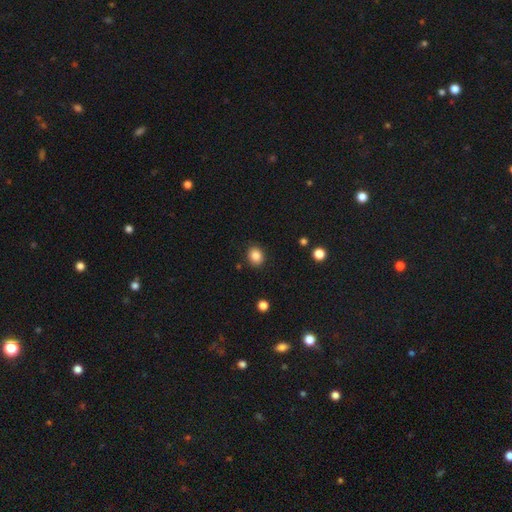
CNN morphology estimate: smooth_or_featured: smooth (p=0.85) [alt: star or artifact p=0.10]
how_rounded: round (p=0.64) [alt: in between p=0.36]
merging: none (p=0.89) [alt: minor disturbance p=0.07]